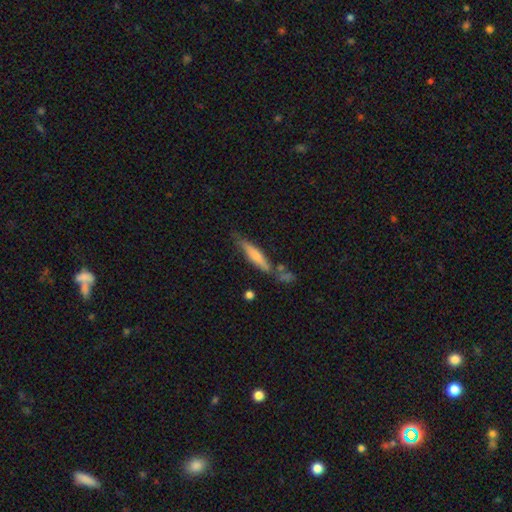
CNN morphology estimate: Smooth or featured: smooth — 64% (featured or disk — 30%)
How rounded: cigar-shaped — 84% (in between — 14%)
Merging: none — 63% (minor disturbance — 20%)